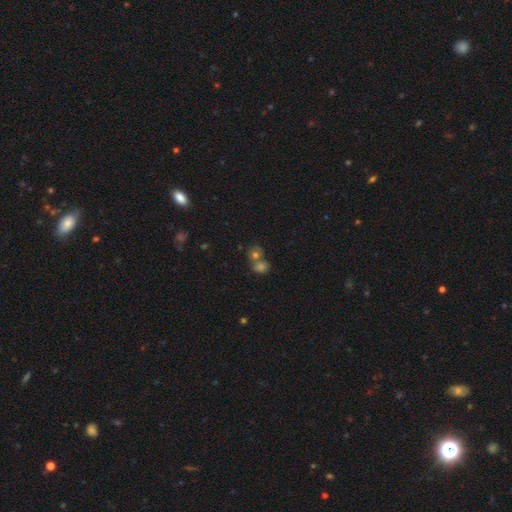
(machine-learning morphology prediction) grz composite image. It shows a smooth galaxy with no disk features (55%) that is round (72%). Merging: none (49%).